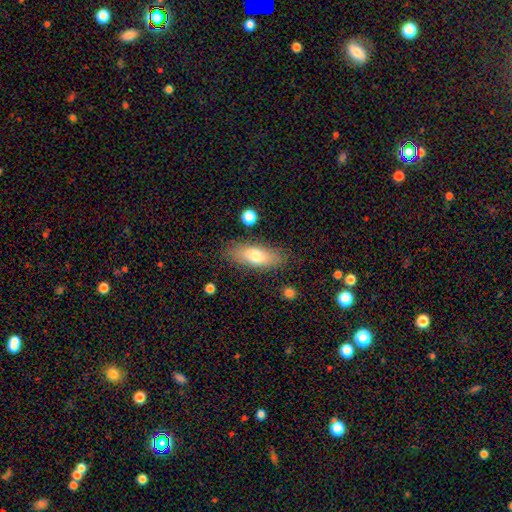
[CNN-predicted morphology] The model was most divided on "how rounded": in between: 72%, cigar-shaped: 25%, round: 3%. More confident: merging — none (81%); smooth or featured — smooth (74%).